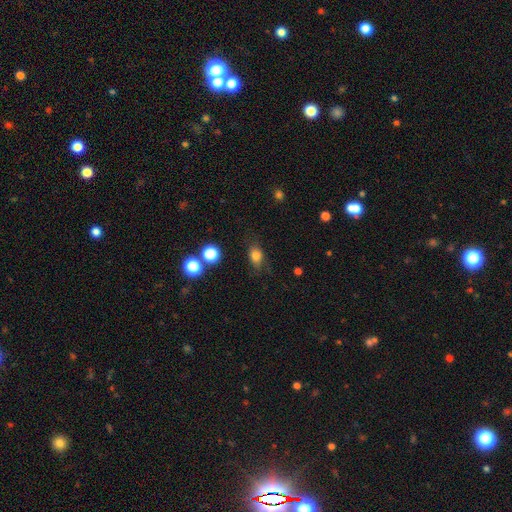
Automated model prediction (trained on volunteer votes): A smooth galaxy with no disk features (80%) that is in between round and cigar-shaped (72%).

Vote fractions:
- Smooth or featured? smooth: 80% / star or artifact: 12% / featured or disk: 8%
- How rounded? in between: 72% / round: 25% / cigar-shaped: 3%
- Merging? none: 75% / minor disturbance: 18% / major disturbance: 5% / merger: 2%